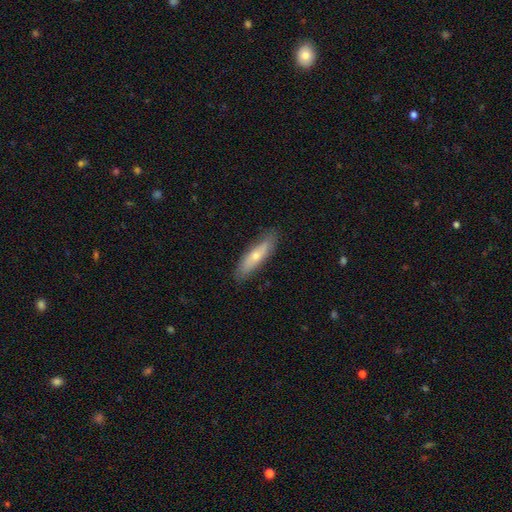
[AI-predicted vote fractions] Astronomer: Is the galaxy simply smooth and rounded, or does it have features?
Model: smooth — 60%.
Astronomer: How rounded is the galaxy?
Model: cigar-shaped — 68%.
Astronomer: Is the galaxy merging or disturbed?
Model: none — 83%.